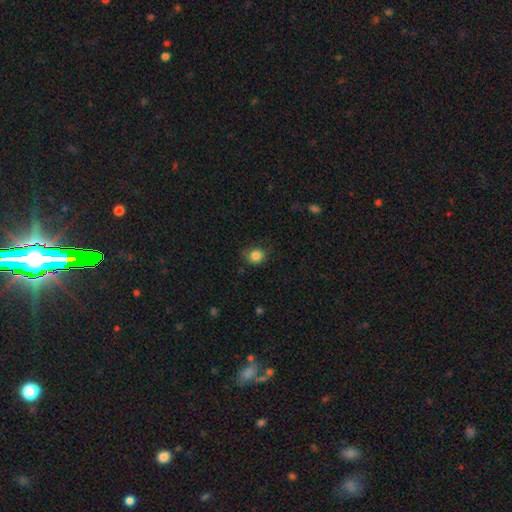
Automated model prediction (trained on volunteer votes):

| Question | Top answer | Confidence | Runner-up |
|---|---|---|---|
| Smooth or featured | smooth | 85% | star or artifact (11%) |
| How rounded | round | 73% | in between (26%) |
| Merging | none | 68% | minor disturbance (25%) |